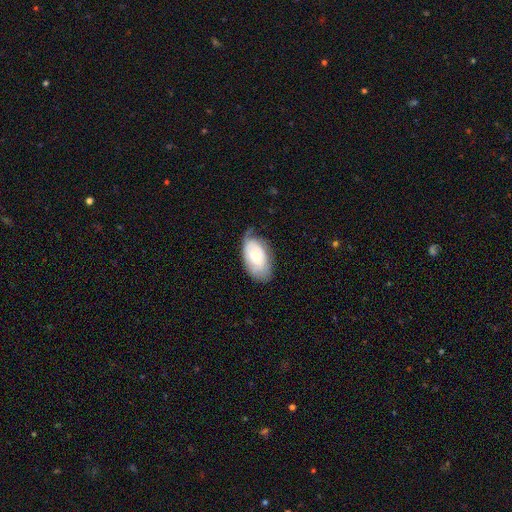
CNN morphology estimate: Smooth or featured?
  - smooth: 53% *
  - featured or disk: 41%
  - star or artifact: 6%
How rounded?
  - in between: 93% *
  - round: 5%
  - cigar-shaped: 2%
Merging?
  - none: 56% *
  - minor disturbance: 32%
  - major disturbance: 10%
  - merger: 1%